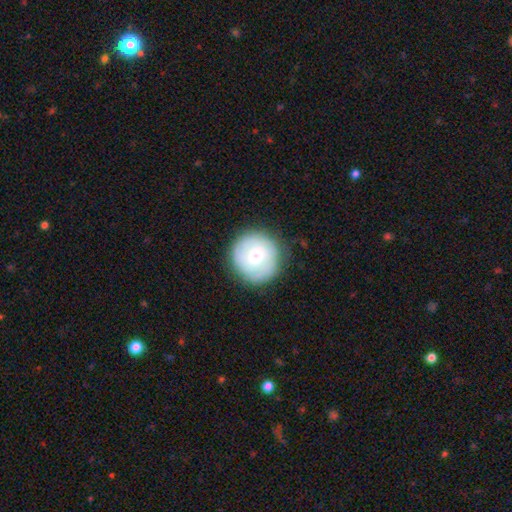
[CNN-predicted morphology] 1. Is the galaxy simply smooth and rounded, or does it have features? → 56% smooth, 37% featured or disk, 7% star or artifact.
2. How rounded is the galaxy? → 94% round, 5% in between, 1% cigar-shaped.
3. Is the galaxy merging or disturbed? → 85% none, 11% minor disturbance, 3% major disturbance, 1% merger.